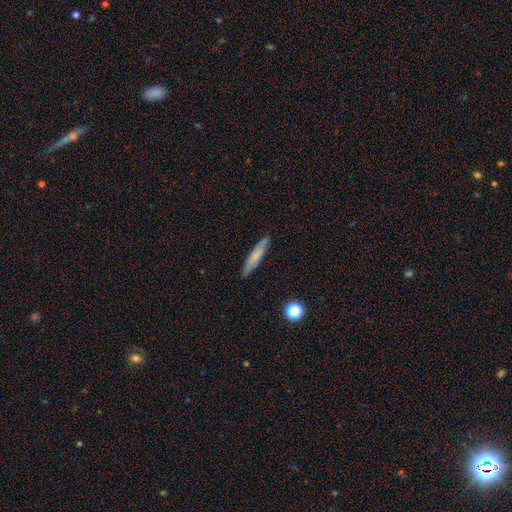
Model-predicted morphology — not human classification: Q: Smooth or featured?
A: smooth (62%); runner-up: featured or disk (31%)
Q: How rounded?
A: cigar-shaped (90%); runner-up: in between (9%)
Q: Merging?
A: none (86%); runner-up: minor disturbance (11%)